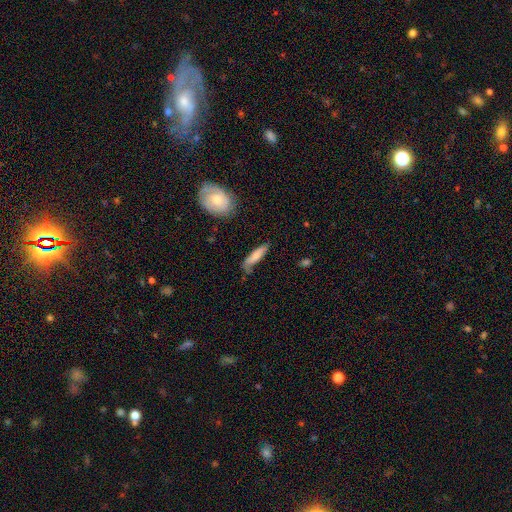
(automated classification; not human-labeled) Smooth or featured? smooth (78%)
How rounded? cigar-shaped (72%)
Merging? none (66%)